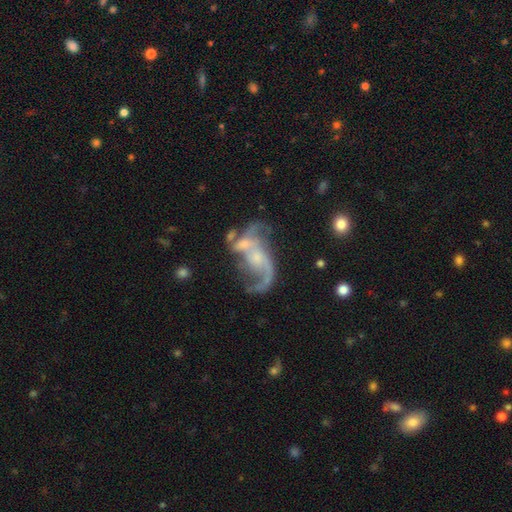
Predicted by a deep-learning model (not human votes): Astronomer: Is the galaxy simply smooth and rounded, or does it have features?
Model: featured or disk — 84%.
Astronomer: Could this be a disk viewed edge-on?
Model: no — 97%.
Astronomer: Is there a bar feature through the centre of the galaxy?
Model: no — 58% (runner-up: weak, 33%).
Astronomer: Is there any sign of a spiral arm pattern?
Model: yes — 91%.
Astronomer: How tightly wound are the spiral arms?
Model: loose — 62%.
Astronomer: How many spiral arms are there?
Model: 2 — 69%.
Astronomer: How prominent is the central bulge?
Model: small — 51% (runner-up: moderate, 28%).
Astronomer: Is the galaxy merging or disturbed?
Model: none — 35% (runner-up: major disturbance, 26%).